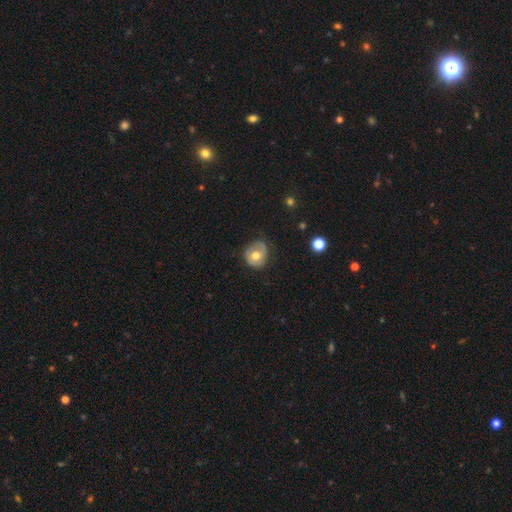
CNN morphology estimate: A smooth galaxy with no disk features (51%) that is round (72%). Merging: none (66%).